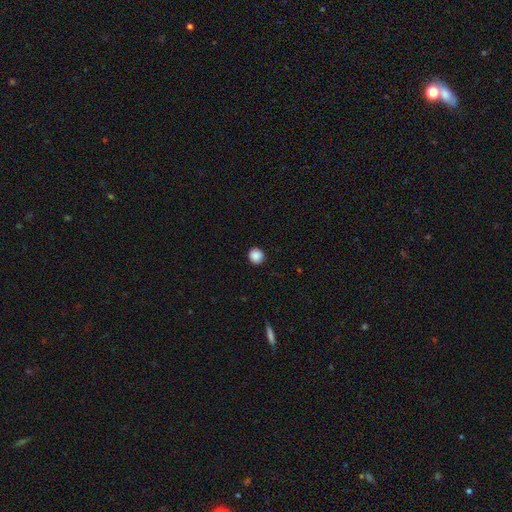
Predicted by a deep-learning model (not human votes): smooth_or_featured: smooth (p=0.88) [alt: star or artifact p=0.09]
how_rounded: round (p=0.94) [alt: in between p=0.05]
merging: none (p=0.92) [alt: minor disturbance p=0.05]